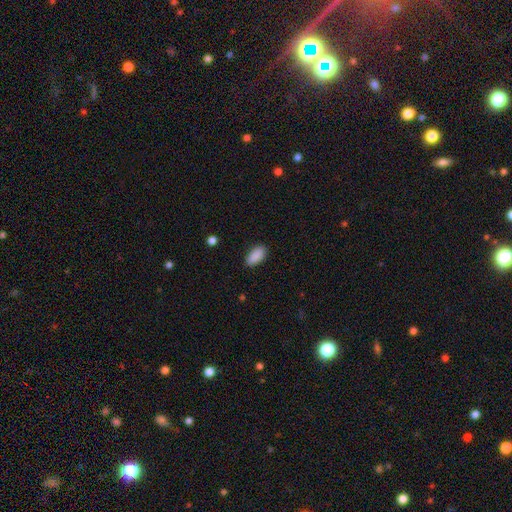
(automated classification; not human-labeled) smooth 90%, star or artifact 7%, featured or disk 3%. Down the decision tree: how rounded — in between (93%); merging — none (87%).